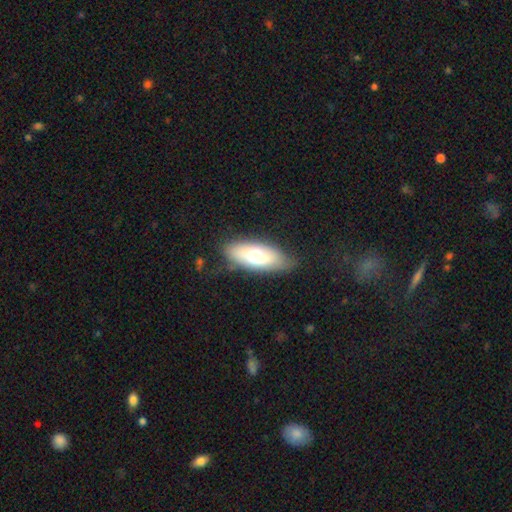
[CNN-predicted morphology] A smooth galaxy with no disk features (63%) that is in between round and cigar-shaped (79%). Merging: none (75%).